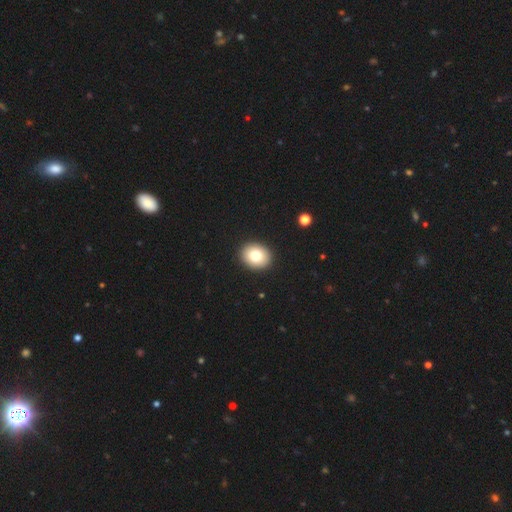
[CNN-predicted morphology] A smooth galaxy with no disk features (79%) that is round (56%). Merging: none (92%).